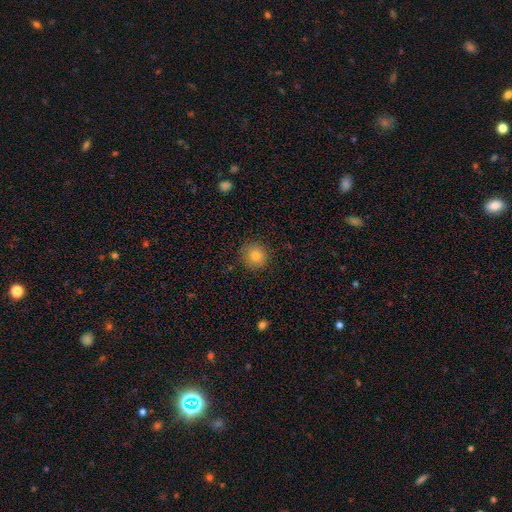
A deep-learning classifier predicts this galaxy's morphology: Smooth or featured? smooth (80%)
How rounded? round (93%)
Merging? none (89%)